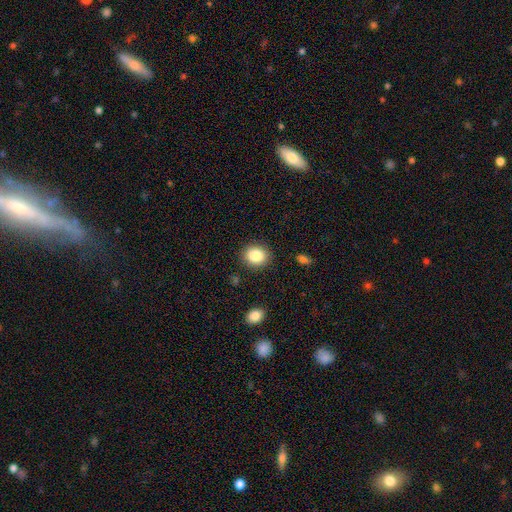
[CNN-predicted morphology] A smooth galaxy with no disk features (85%) that is round (70%).

Vote fractions:
- Smooth or featured? smooth: 85% / star or artifact: 9% / featured or disk: 6%
- How rounded? round: 70% / in between: 29% / cigar-shaped: 1%
- Merging? none: 88% / minor disturbance: 8% / major disturbance: 2% / merger: 2%